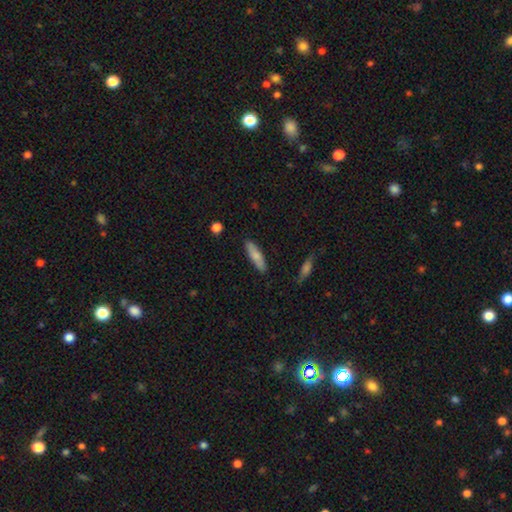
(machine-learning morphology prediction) smooth_or_featured: smooth (p=0.76) [alt: featured or disk p=0.18]
how_rounded: cigar-shaped (p=0.62) [alt: in between p=0.36]
merging: none (p=0.87) [alt: minor disturbance p=0.10]